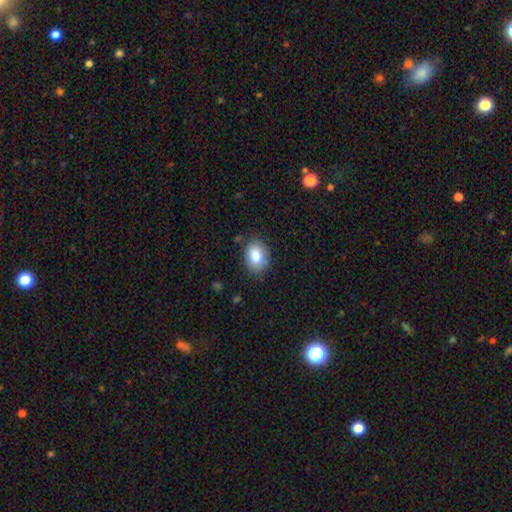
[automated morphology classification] This appears to be a smooth galaxy with no disk features (86%) that is in between round and cigar-shaped (69%). Merging: none (80%).